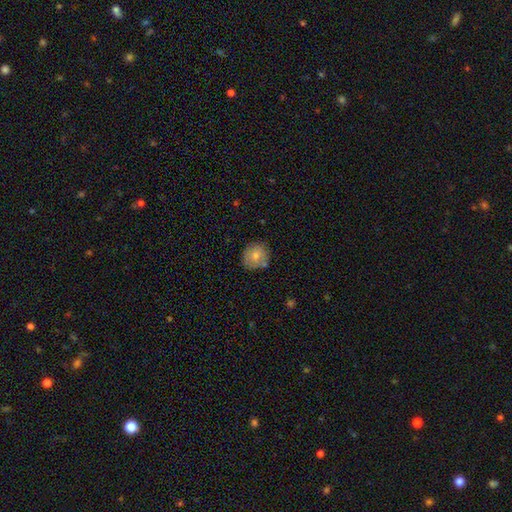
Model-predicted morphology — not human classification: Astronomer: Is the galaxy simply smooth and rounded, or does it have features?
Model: smooth — 77%.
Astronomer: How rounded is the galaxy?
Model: round — 85%.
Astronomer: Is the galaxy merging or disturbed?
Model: none — 75%.